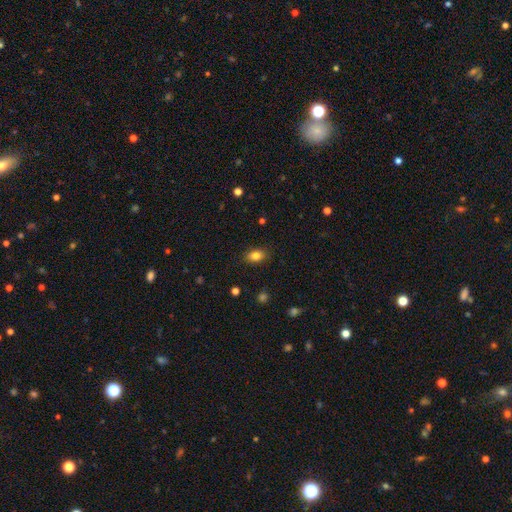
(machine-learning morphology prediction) smooth_or_featured: smooth (p=0.83) [alt: star or artifact p=0.10]
how_rounded: in between (p=0.83) [alt: round p=0.14]
merging: none (p=0.87) [alt: minor disturbance p=0.10]